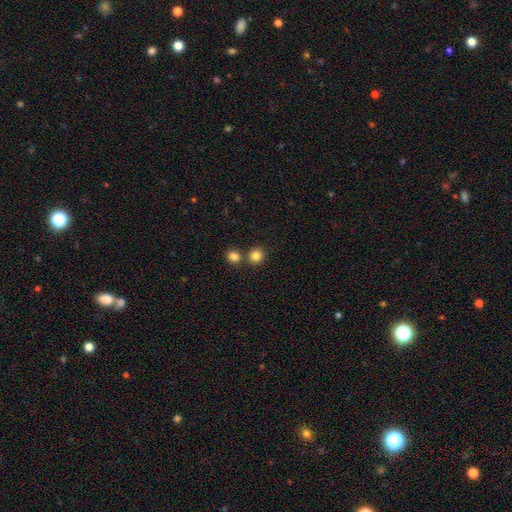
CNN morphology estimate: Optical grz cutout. It shows a smooth galaxy with no disk features (83%) that is round (87%). Merging: none (72%).